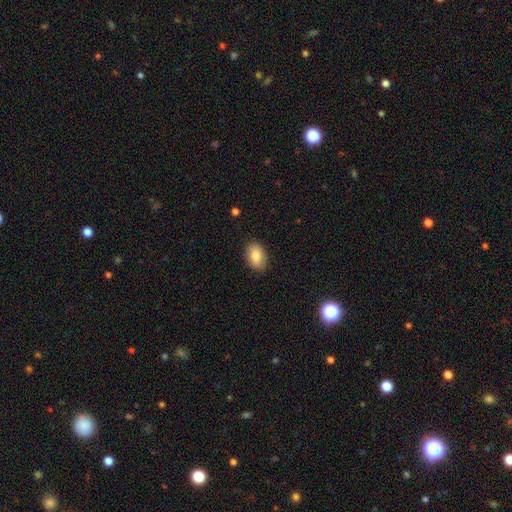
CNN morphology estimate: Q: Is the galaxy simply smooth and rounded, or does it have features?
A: smooth — 83%.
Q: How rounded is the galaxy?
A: in between — 88%.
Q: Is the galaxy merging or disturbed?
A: none — 87%.